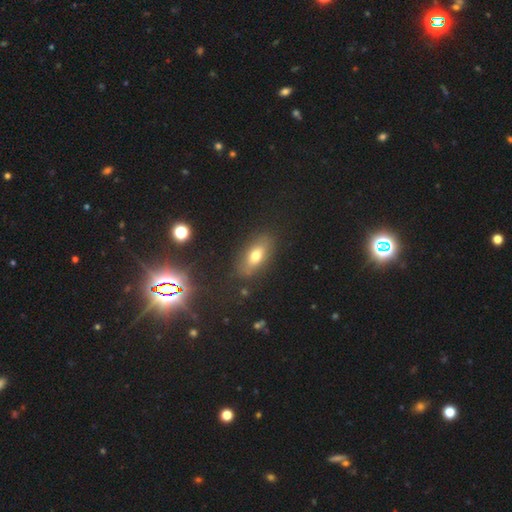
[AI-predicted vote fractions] The model was most divided on "smooth or featured": smooth: 68%, featured or disk: 20%, star or artifact: 12%. More confident: merging — none (83%); how rounded — in between (81%).